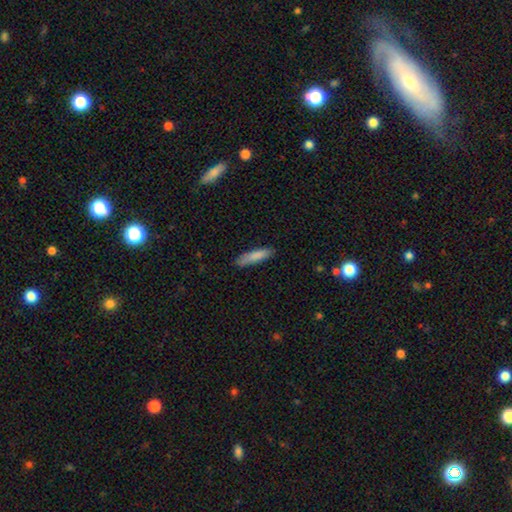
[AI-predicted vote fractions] smooth_or_featured: smooth (p=0.84) [alt: featured or disk p=0.10]
how_rounded: cigar-shaped (p=0.74) [alt: in between p=0.25]
merging: none (p=0.80) [alt: minor disturbance p=0.15]